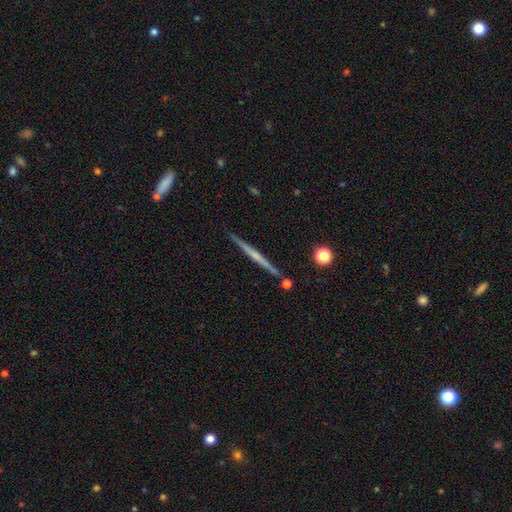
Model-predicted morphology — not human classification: A featured or disk galaxy (67%) viewed edge-on (98%) with no central bulge (60%). Merging: none (88%).